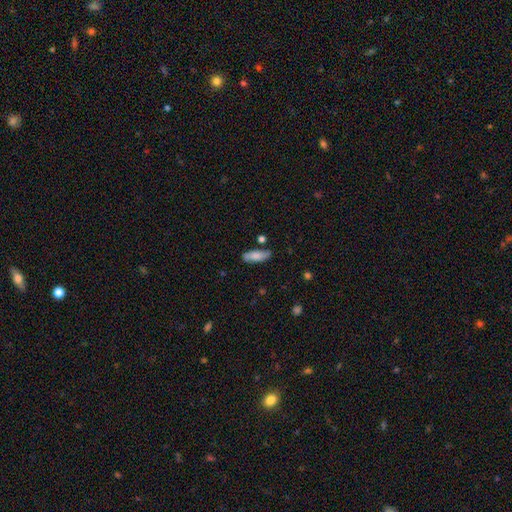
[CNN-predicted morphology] Smooth or featured?
  - smooth: 77% *
  - featured or disk: 16%
  - star or artifact: 7%
How rounded?
  - in between: 62% *
  - cigar-shaped: 36%
  - round: 2%
Merging?
  - none: 75% *
  - minor disturbance: 17%
  - merger: 5%
  - major disturbance: 4%